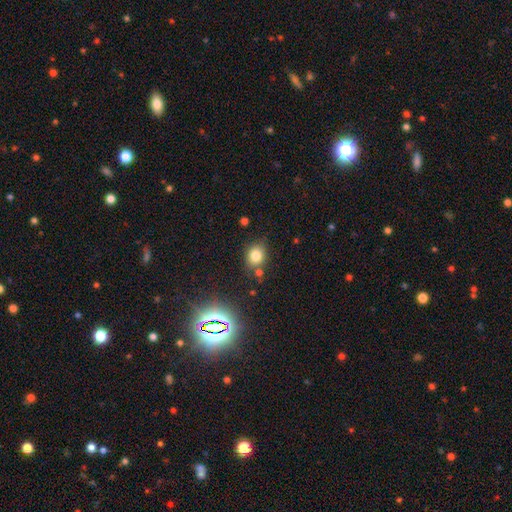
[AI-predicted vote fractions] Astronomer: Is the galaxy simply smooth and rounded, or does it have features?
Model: smooth — 78%.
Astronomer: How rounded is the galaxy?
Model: round — 58% (runner-up: in between, 41%).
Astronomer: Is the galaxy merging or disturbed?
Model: none — 74%.